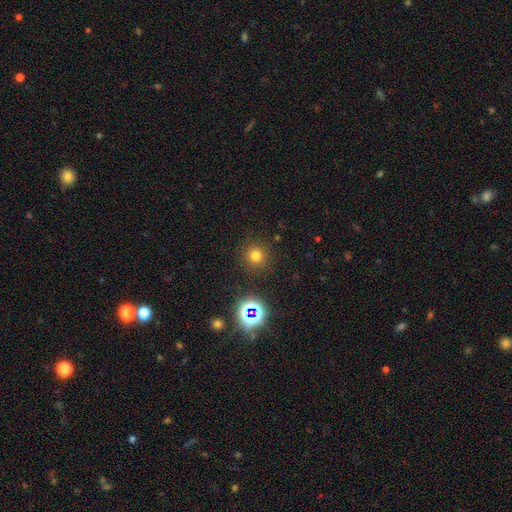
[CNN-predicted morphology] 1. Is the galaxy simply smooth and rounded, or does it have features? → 71% smooth, 22% star or artifact, 7% featured or disk.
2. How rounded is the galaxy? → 94% round, 5% in between, 1% cigar-shaped.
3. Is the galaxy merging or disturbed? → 89% none, 6% minor disturbance, 3% major disturbance, 2% merger.